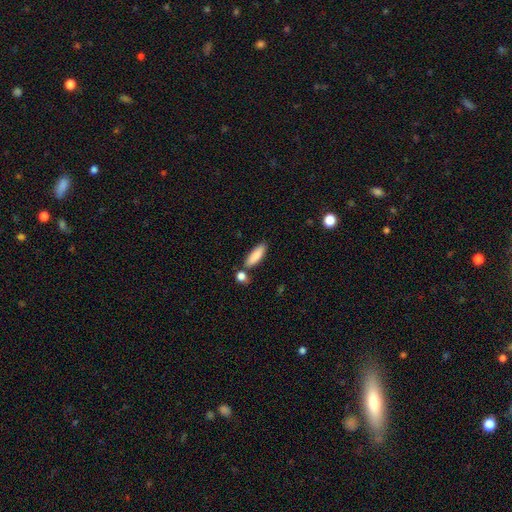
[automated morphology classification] Smooth or featured? smooth (86%)
How rounded? in between (55%)
Merging? none (71%)